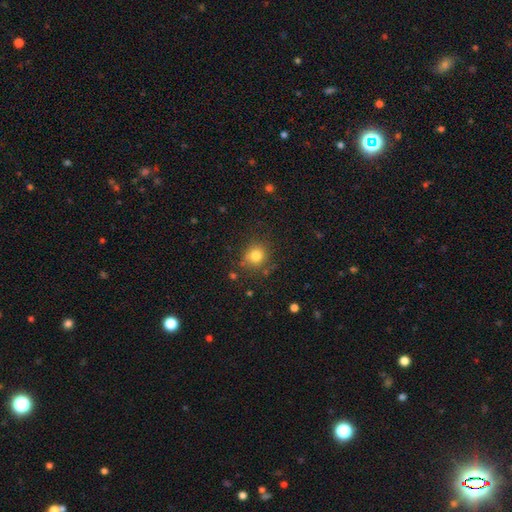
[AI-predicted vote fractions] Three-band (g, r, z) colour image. It shows a smooth galaxy with no disk features (80%) that is round (86%). Merging: none (80%).